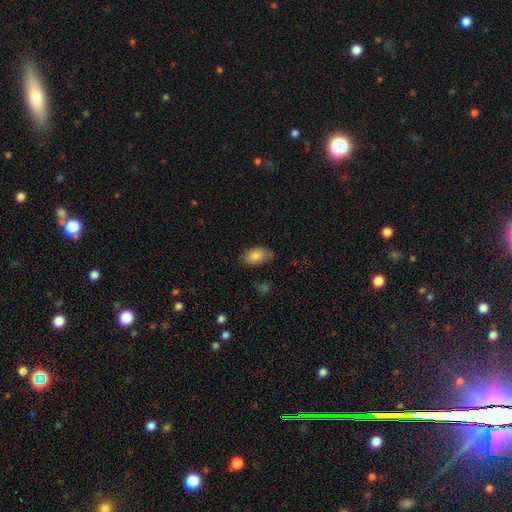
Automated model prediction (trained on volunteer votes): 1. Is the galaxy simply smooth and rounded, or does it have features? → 85% smooth, 8% featured or disk, 7% star or artifact.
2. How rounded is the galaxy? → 92% in between, 7% round, 2% cigar-shaped.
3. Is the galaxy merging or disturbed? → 70% none, 23% minor disturbance, 5% major disturbance, 2% merger.